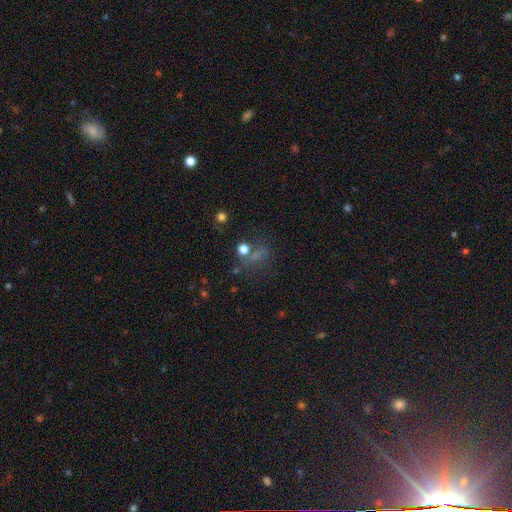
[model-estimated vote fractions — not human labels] smooth-or-featured: smooth: 44% | star or artifact: 43% | featured or disk: 13%
  merging: none: 59% | minor disturbance: 16% | major disturbance: 15% | merger: 10%